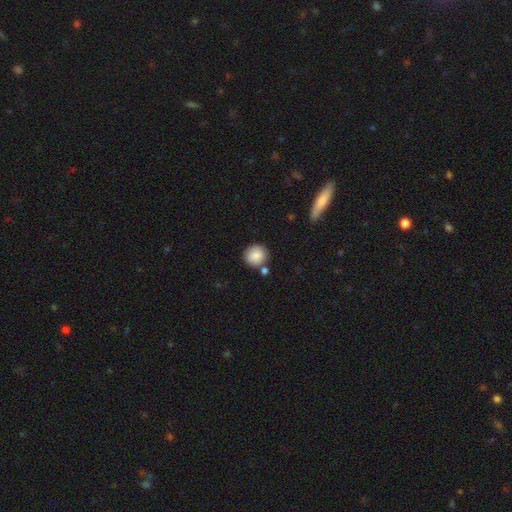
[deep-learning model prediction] smooth_or_featured: smooth (p=0.86) [alt: star or artifact p=0.08]
how_rounded: round (p=0.92) [alt: in between p=0.07]
merging: none (p=0.76) [alt: merger p=0.11]